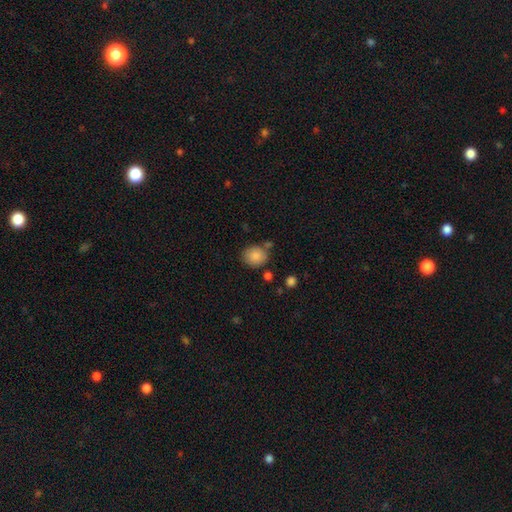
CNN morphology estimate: smooth_or_featured: smooth (p=0.87) [alt: star or artifact p=0.09]
how_rounded: round (p=0.72) [alt: in between p=0.27]
merging: none (p=0.72) [alt: minor disturbance p=0.14]